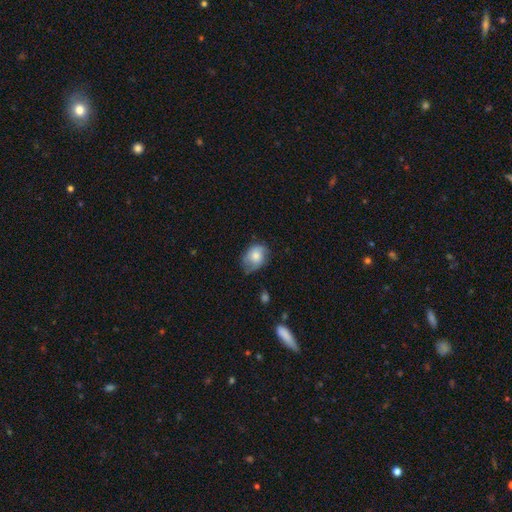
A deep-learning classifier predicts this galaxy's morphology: Smooth or featured?
  - smooth: 67% *
  - featured or disk: 25%
  - star or artifact: 8%
How rounded?
  - in between: 64% *
  - round: 35%
  - cigar-shaped: 1%
Merging?
  - none: 56% *
  - minor disturbance: 32%
  - major disturbance: 10%
  - merger: 2%